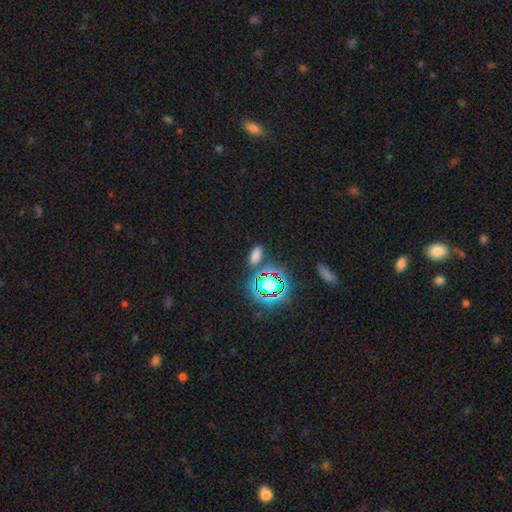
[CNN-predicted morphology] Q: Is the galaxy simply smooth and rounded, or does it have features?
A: smooth — 64%.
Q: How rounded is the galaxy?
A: in between — 82%.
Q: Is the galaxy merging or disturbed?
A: none — 79%.